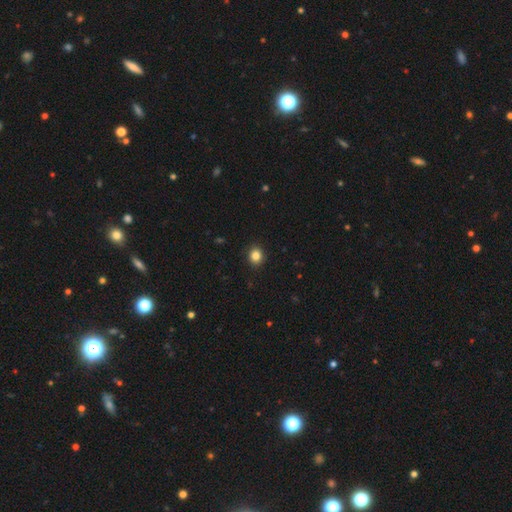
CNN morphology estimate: This appears to be a smooth galaxy with no disk features (85%) that is round (79%). Merging: none (92%).